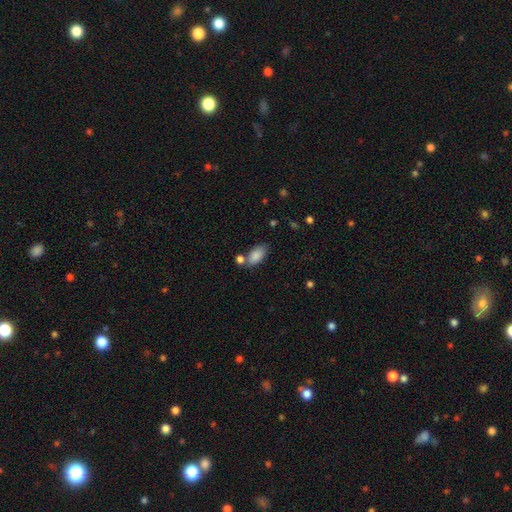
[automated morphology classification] Overall: smooth (86%). How rounded: in between (92%). Merging: none (64%).